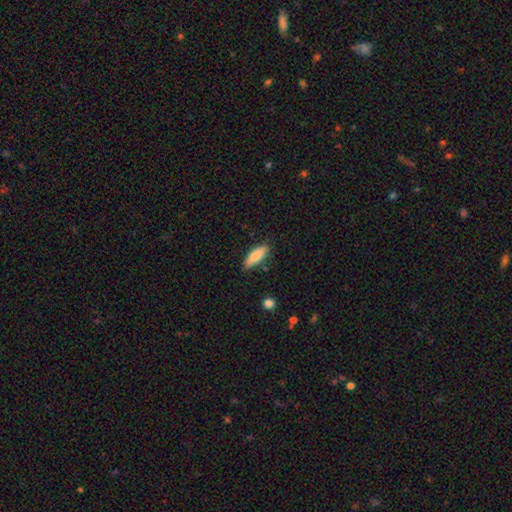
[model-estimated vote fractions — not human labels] Smooth or featured?
  - smooth: 82% *
  - featured or disk: 12%
  - star or artifact: 6%
How rounded?
  - in between: 58% *
  - cigar-shaped: 40%
  - round: 2%
Merging?
  - none: 78% *
  - minor disturbance: 17%
  - major disturbance: 3%
  - merger: 2%